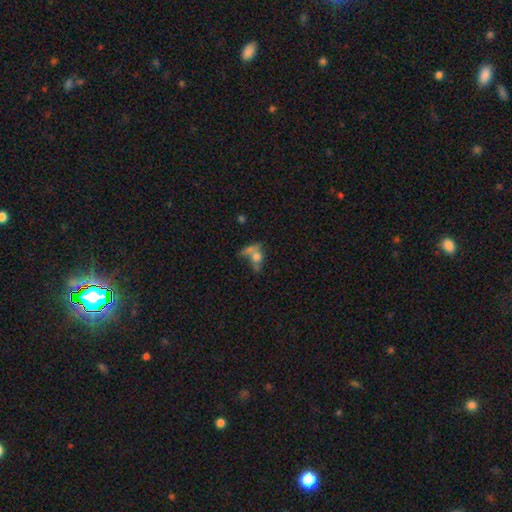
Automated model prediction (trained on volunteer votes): Morphology: type=smooth (62%); roundness=in between (57%); merging=merger (44%).